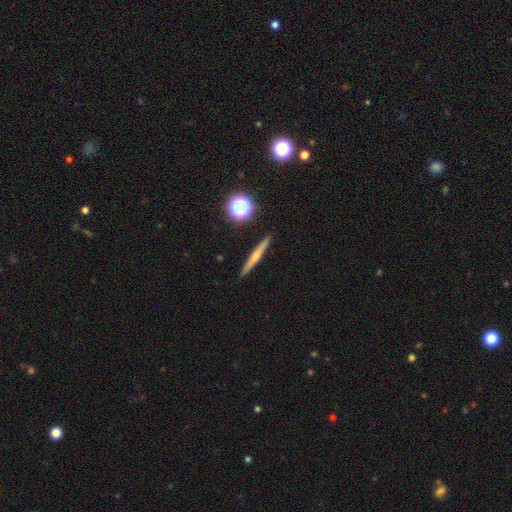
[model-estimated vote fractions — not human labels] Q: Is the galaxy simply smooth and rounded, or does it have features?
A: featured or disk — 46%.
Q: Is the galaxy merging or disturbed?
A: none — 91%.